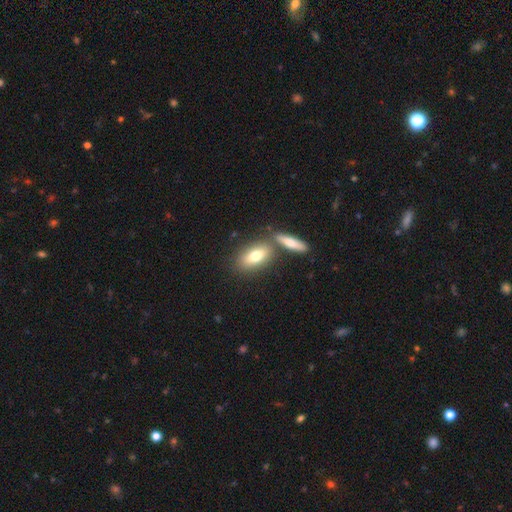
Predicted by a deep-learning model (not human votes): Q: Smooth or featured?
A: smooth (72%); runner-up: featured or disk (21%)
Q: How rounded?
A: in between (80%); runner-up: cigar-shaped (15%)
Q: Merging?
A: none (59%); runner-up: merger (28%)